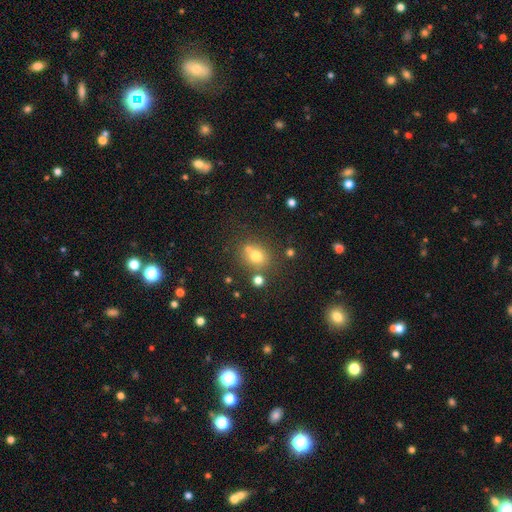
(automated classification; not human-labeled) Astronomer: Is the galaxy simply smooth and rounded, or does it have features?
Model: smooth — 70%.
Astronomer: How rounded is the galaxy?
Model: round — 74%.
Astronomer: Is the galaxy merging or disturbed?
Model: none — 64%.